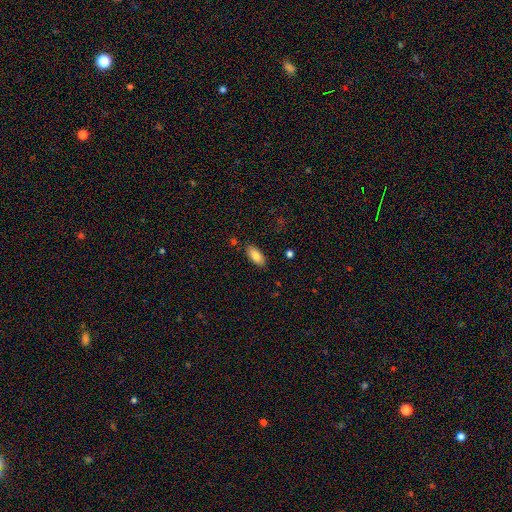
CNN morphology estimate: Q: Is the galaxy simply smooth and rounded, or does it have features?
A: smooth — 84%.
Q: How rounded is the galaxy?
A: in between — 89%.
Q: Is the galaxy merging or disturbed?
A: none — 84%.